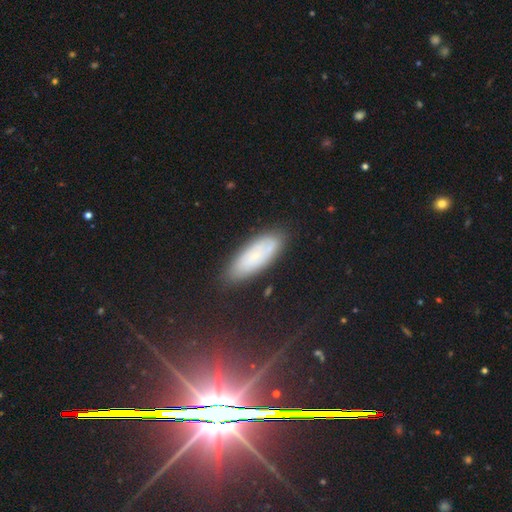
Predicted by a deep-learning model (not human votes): Morphology: type=smooth (53%); roundness=in between (66%); merging=none (82%).